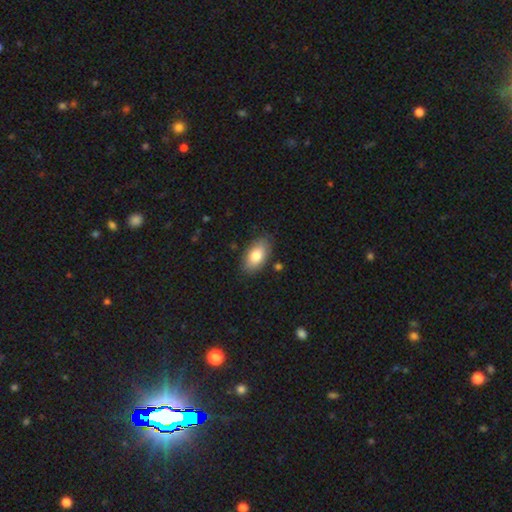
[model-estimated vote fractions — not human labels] This appears to be a smooth galaxy with no disk features (79%) that is in between round and cigar-shaped (92%). Merging: none (83%).